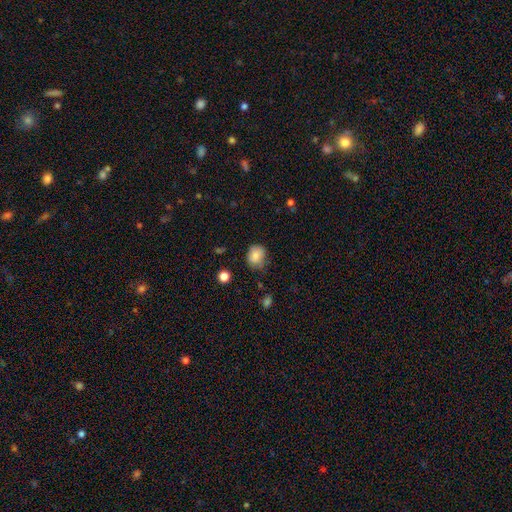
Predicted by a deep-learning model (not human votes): This appears to be a smooth galaxy with no disk features (83%) that is round (60%). Merging: none (64%).